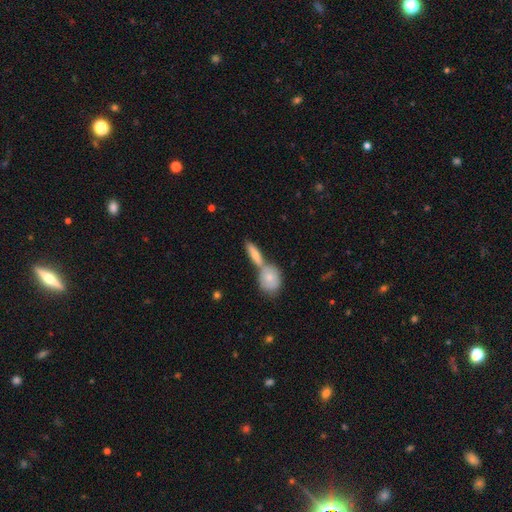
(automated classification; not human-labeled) This appears to be a smooth galaxy with no disk features (62%) that is in between round and cigar-shaped (49%). Merging: merger (53%).